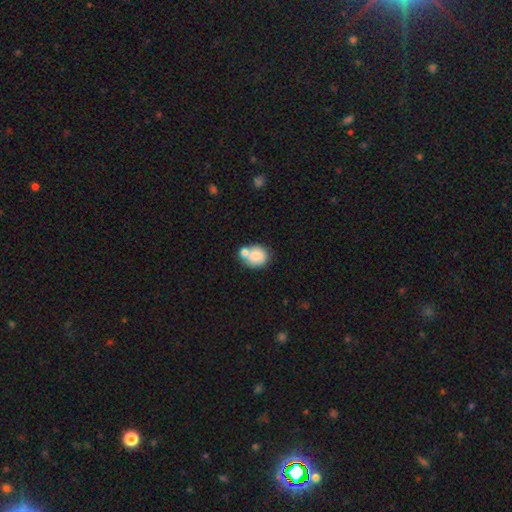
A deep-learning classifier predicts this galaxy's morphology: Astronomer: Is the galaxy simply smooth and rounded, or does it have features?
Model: smooth — 79%.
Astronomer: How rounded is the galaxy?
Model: round — 70%.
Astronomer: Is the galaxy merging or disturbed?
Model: none — 46% (runner-up: merger, 38%).